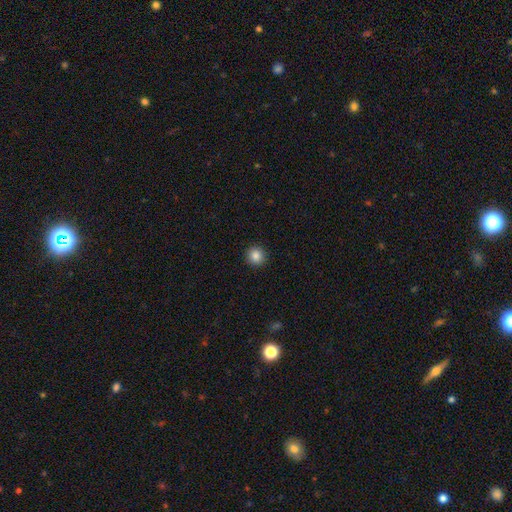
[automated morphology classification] Q: Smooth or featured?
A: smooth (85%); runner-up: star or artifact (10%)
Q: How rounded?
A: round (94%); runner-up: in between (5%)
Q: Merging?
A: none (93%); runner-up: minor disturbance (4%)